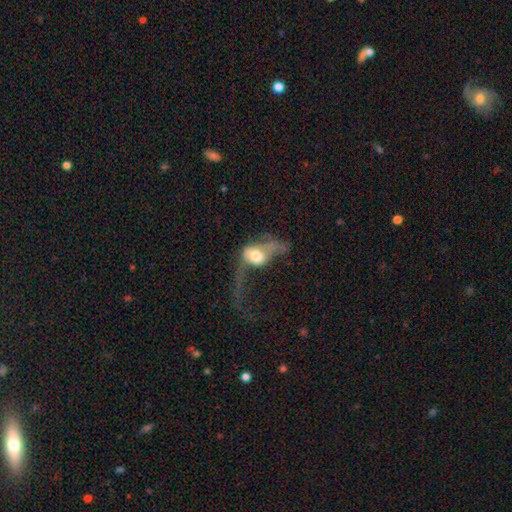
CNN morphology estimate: The model was most divided on "smooth or featured": smooth: 50%, featured or disk: 42%, star or artifact: 8%. More confident: merging — major disturbance (68%).